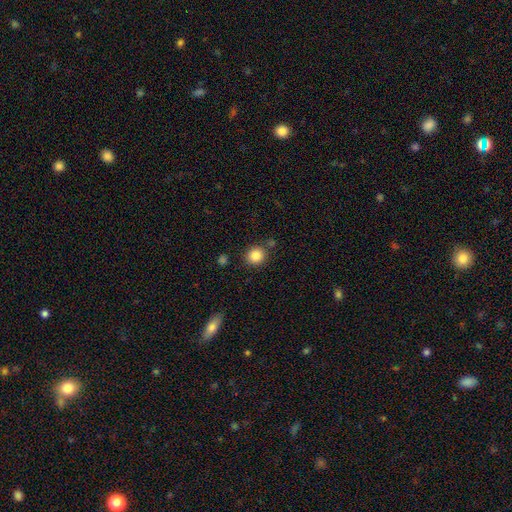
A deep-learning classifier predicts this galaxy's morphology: Q: Smooth or featured?
A: smooth (86%); runner-up: star or artifact (10%)
Q: How rounded?
A: round (87%); runner-up: in between (12%)
Q: Merging?
A: none (81%); runner-up: minor disturbance (10%)